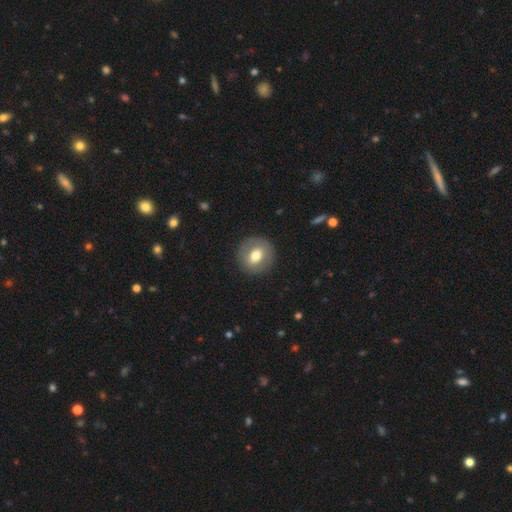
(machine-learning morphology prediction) smooth-or-featured: smooth: 64% | featured or disk: 29% | star or artifact: 7%
  how-rounded: round: 84% | in between: 15% | cigar-shaped: 1%
  merging: none: 88% | minor disturbance: 8% | major disturbance: 3% | merger: 1%